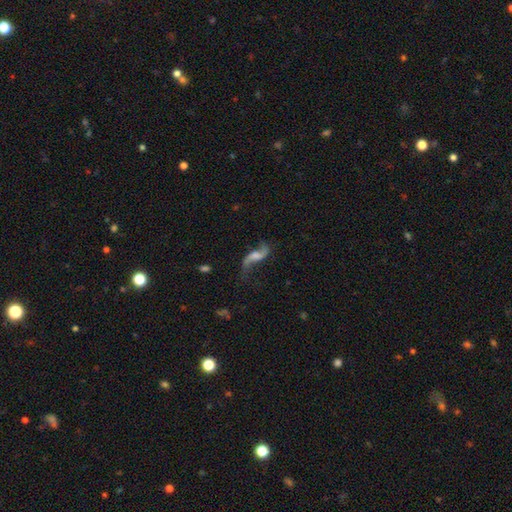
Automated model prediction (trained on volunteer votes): Smooth or featured: featured or disk — 80% (smooth — 13%)
Edge-on disk: no — 93% (yes — 7%)
Bar: no — 46% (weak — 40%)
Spiral arms: yes — 93% (no — 7%)
Spiral winding: loose — 91% (medium — 7%)
Spiral arm count: 2 — 91% (1 — 4%)
Bulge size: none — 37% (small — 29%)
Merging: none — 60% (minor disturbance — 19%)